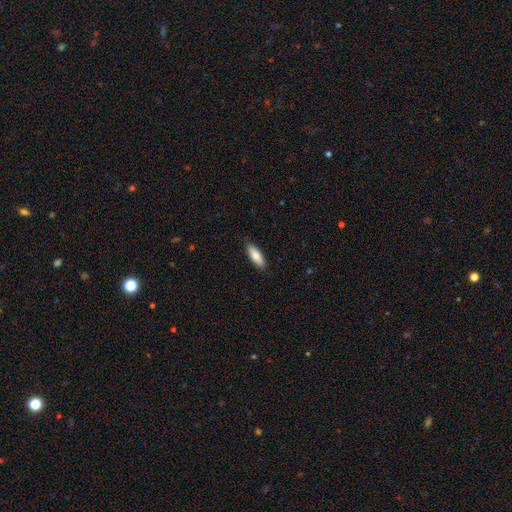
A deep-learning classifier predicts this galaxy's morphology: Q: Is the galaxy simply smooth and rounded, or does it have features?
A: smooth — 80%.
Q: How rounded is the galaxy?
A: in between — 61%.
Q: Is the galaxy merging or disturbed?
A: none — 87%.